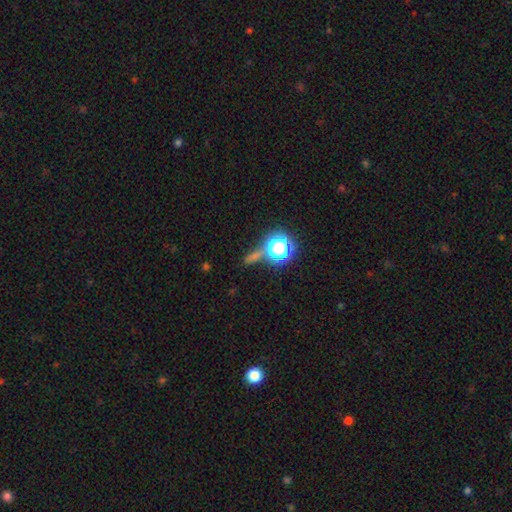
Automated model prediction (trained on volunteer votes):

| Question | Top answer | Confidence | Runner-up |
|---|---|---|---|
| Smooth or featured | star or artifact | 46% | smooth (41%) |